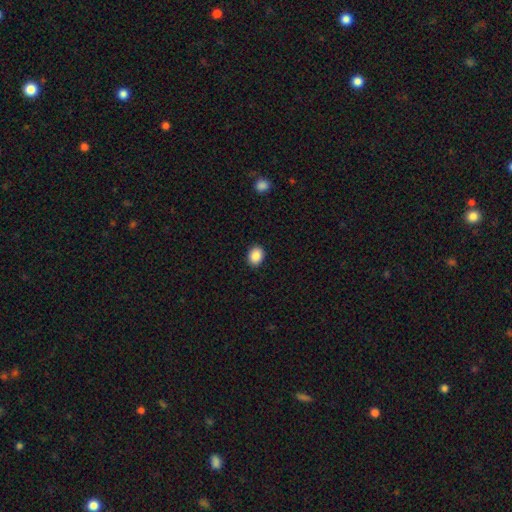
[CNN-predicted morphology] Smooth or featured? smooth (89%)
How rounded? in between (55%)
Merging? none (90%)